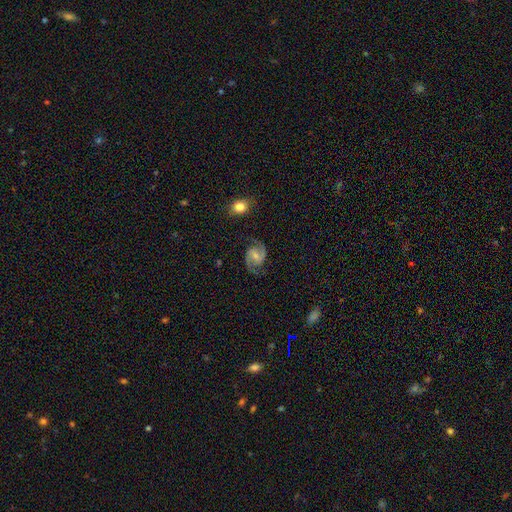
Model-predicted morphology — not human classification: Smooth or featured?
  - featured or disk: 89% *
  - smooth: 6%
  - star or artifact: 5%
Edge-on disk?
  - no: 98% *
  - yes: 2%
Bar?
  - weak: 47% *
  - no: 37%
  - strong: 16%
Spiral arms?
  - yes: 98% *
  - no: 2%
Spiral winding?
  - medium: 60% *
  - tight: 20%
  - loose: 20%
Spiral arm count?
  - 2: 94% *
  - can't tell: 2%
  - 3: 1%
  - 1: 1%
  - 4: 1%
  - more than 4: 1%
Bulge size?
  - small: 48% *
  - moderate: 42%
  - none: 6%
  - large: 3%
  - dominant: 1%
Merging?
  - none: 81% *
  - minor disturbance: 13%
  - major disturbance: 5%
  - merger: 2%